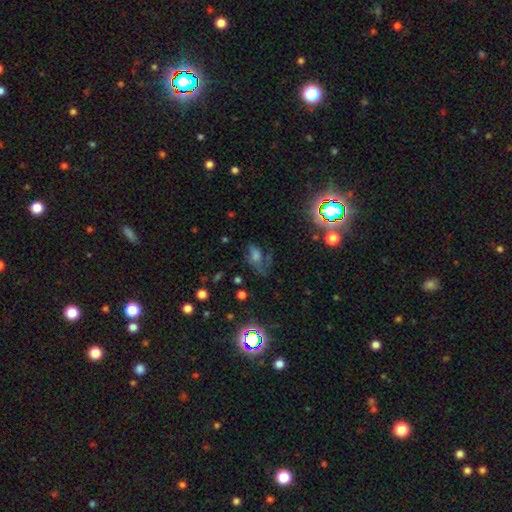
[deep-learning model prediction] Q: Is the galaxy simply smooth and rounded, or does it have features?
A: smooth — 36%.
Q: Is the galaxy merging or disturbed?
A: none — 47%.